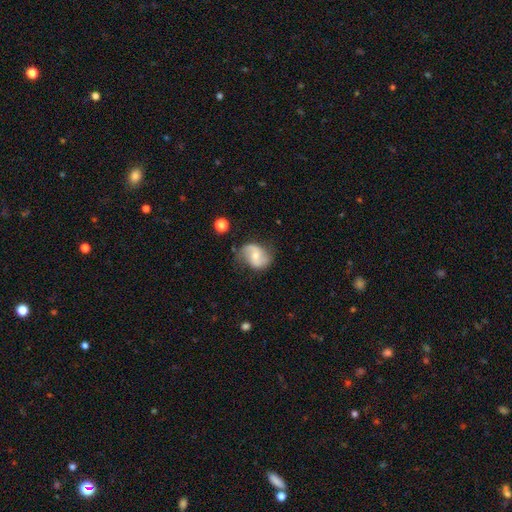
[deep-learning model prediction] Smooth or featured? Predicted: featured or disk (p=0.65). Edge-on disk? Predicted: no (p=0.97). Bar? Predicted: no (p=0.49). Spiral arms? Predicted: yes (p=0.89). Spiral winding? Predicted: loose (p=0.53). Spiral arm count? Predicted: 2 (p=0.87). Bulge size? Predicted: moderate (p=0.53). Merging? Predicted: none (p=0.67).